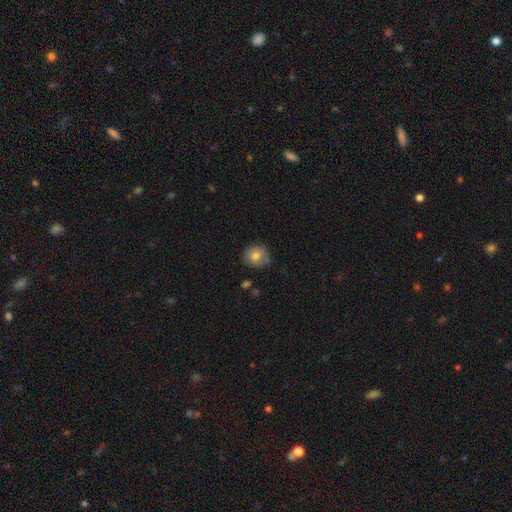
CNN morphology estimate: Q: Smooth or featured?
A: smooth (80%); runner-up: featured or disk (11%)
Q: How rounded?
A: round (80%); runner-up: in between (19%)
Q: Merging?
A: none (75%); runner-up: minor disturbance (18%)